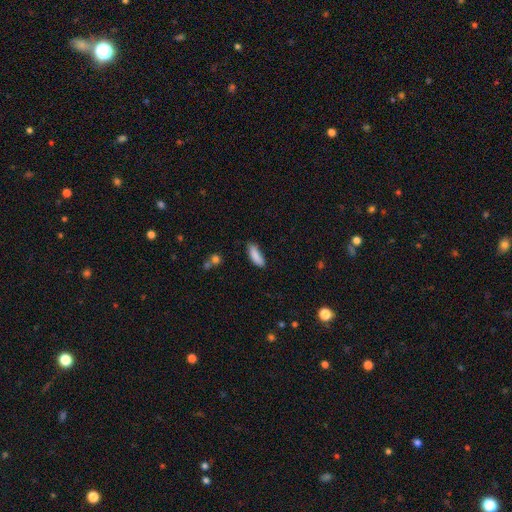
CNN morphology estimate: A smooth galaxy with no disk features (87%) that is in between round and cigar-shaped (60%). Merging: none (70%).